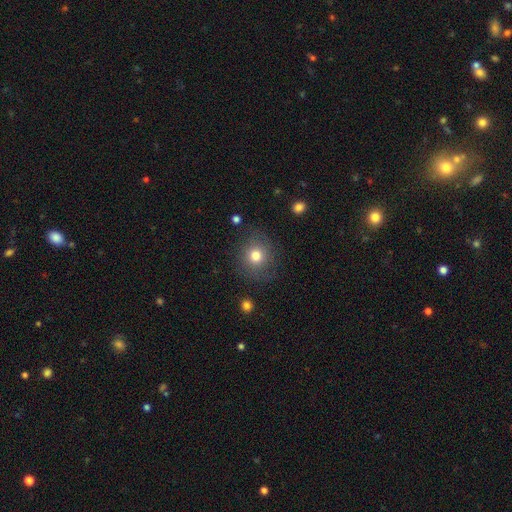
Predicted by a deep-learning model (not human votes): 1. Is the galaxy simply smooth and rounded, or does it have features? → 78% smooth, 11% star or artifact, 11% featured or disk.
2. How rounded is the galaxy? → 86% round, 14% in between, 1% cigar-shaped.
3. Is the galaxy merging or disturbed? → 81% none, 12% minor disturbance, 5% major disturbance, 2% merger.